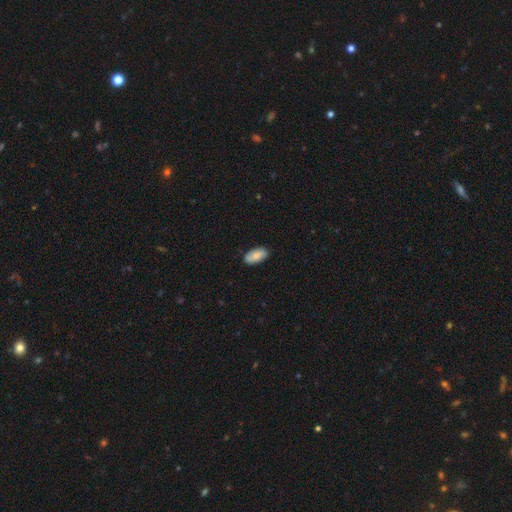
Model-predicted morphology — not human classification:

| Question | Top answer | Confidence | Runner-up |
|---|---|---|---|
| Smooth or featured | smooth | 82% | featured or disk (12%) |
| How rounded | in between | 92% | cigar-shaped (5%) |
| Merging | none | 86% | minor disturbance (11%) |